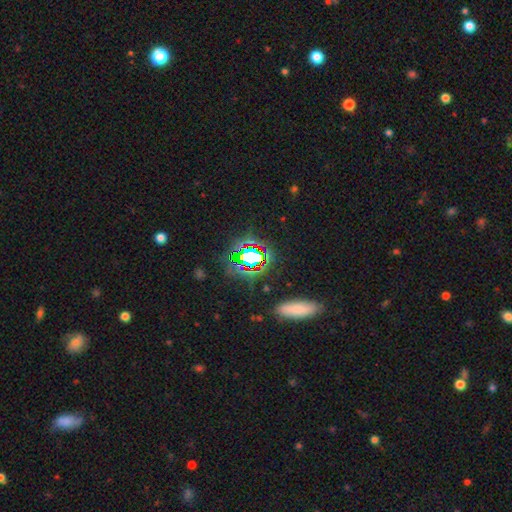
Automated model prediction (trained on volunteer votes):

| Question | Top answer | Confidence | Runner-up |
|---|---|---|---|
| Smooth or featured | star or artifact | 68% | smooth (20%) |